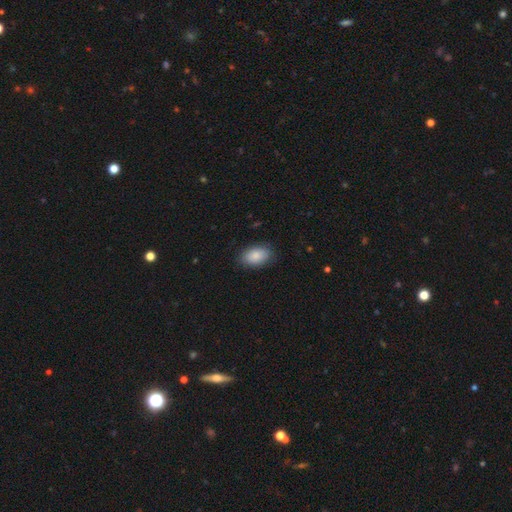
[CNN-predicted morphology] Smooth or featured? Predicted: smooth (p=0.87). How rounded? Predicted: in between (p=0.92). Merging? Predicted: none (p=0.85).